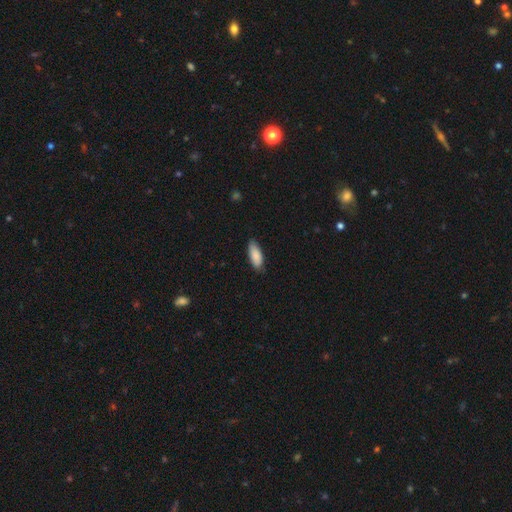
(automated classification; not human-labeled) A smooth galaxy with no disk features (87%) that is in between round and cigar-shaped (77%).

Vote fractions:
- Smooth or featured? smooth: 87% / featured or disk: 7% / star or artifact: 6%
- How rounded? in between: 77% / cigar-shaped: 22% / round: 2%
- Merging? none: 81% / minor disturbance: 16% / major disturbance: 2% / merger: 1%